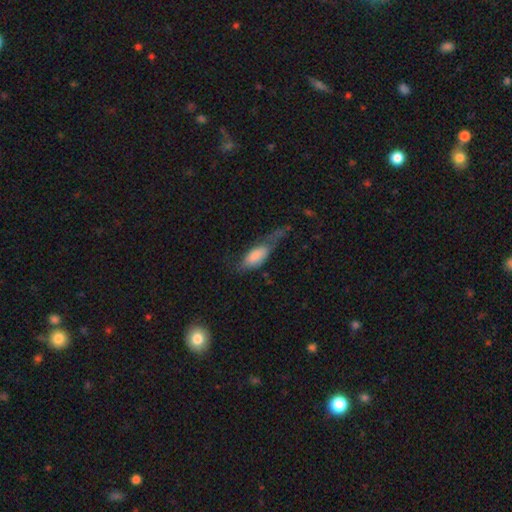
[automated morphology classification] A smooth galaxy with no disk features (71%) that is in between round and cigar-shaped (79%). Merging: major disturbance (39%).